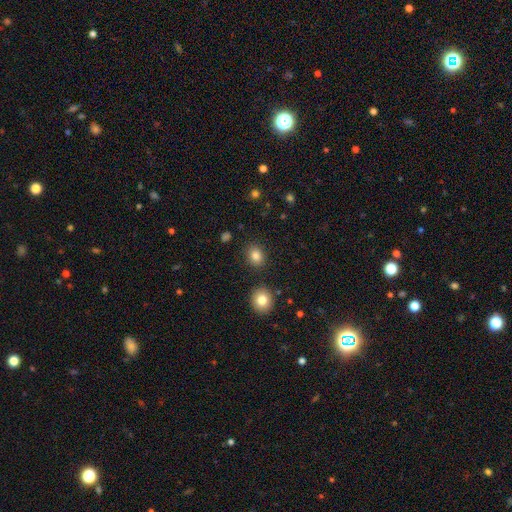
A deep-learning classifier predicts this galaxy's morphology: Smooth or featured: smooth — 83% (star or artifact — 11%)
How rounded: round — 55% (in between — 44%)
Merging: none — 86% (minor disturbance — 8%)